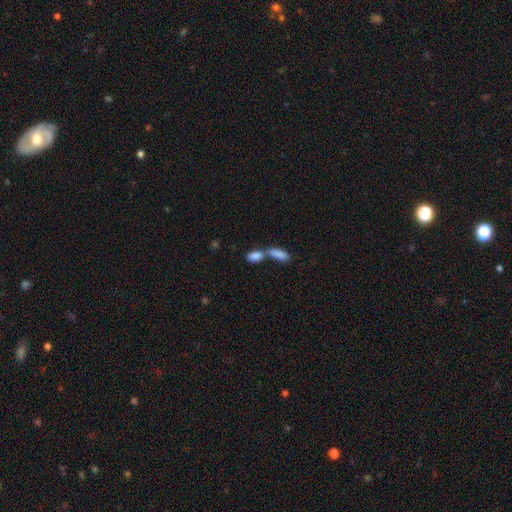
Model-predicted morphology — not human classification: Q: Smooth or featured?
A: smooth (84%); runner-up: featured or disk (9%)
Q: How rounded?
A: in between (86%); runner-up: cigar-shaped (10%)
Q: Merging?
A: merger (70%); runner-up: none (21%)